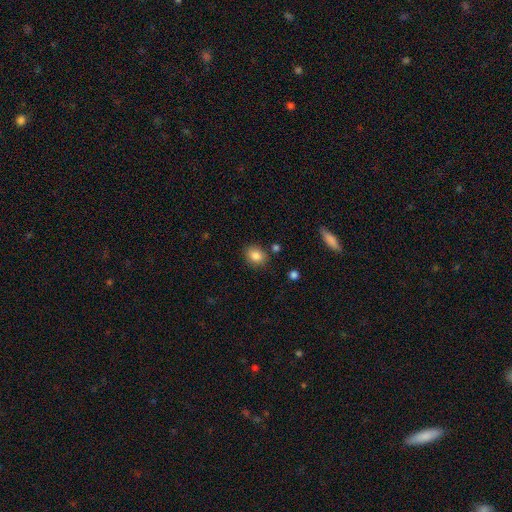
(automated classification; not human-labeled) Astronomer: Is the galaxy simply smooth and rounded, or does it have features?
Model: smooth — 85%.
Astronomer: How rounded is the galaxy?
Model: round — 51% (runner-up: in between, 48%).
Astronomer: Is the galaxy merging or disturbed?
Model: none — 82%.